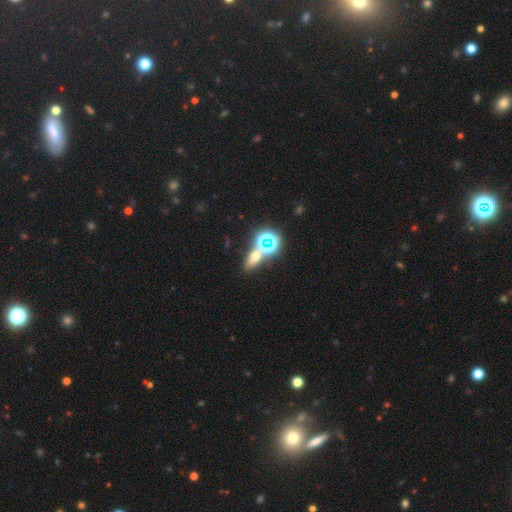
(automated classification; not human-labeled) A smooth galaxy with no disk features (47%). Merging: none (65%).